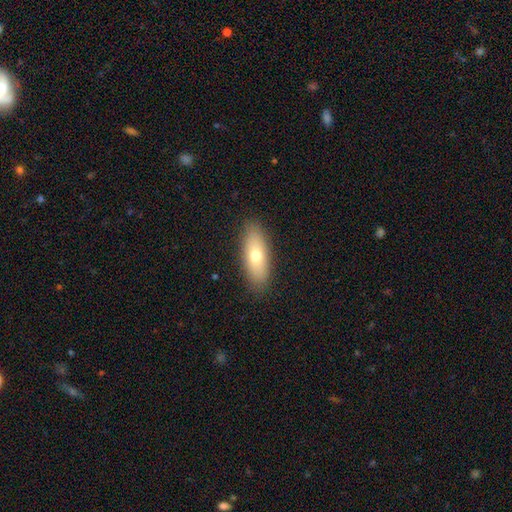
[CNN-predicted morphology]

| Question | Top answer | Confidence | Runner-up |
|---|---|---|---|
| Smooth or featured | smooth | 67% | featured or disk (26%) |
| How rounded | in between | 69% | cigar-shaped (28%) |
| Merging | none | 88% | minor disturbance (9%) |